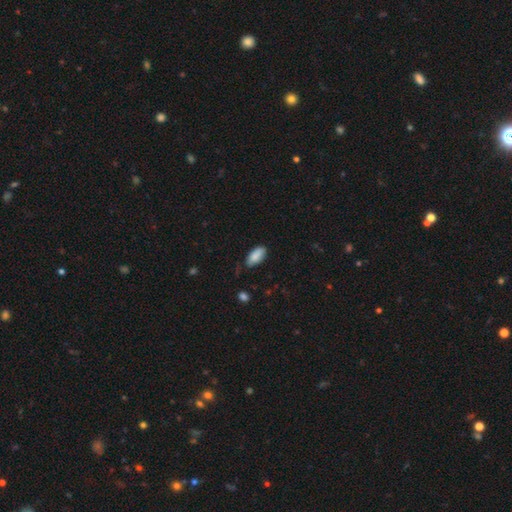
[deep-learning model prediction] A smooth galaxy with no disk features (88%) that is in between round and cigar-shaped (91%).

Vote fractions:
- Smooth or featured? smooth: 88% / star or artifact: 6% / featured or disk: 6%
- How rounded? in between: 91% / cigar-shaped: 7% / round: 2%
- Merging? none: 69% / minor disturbance: 25% / major disturbance: 4% / merger: 2%